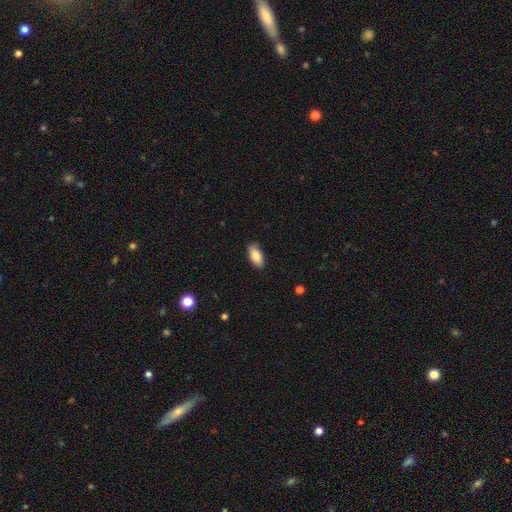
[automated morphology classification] Q: Smooth or featured?
A: smooth (85%); runner-up: featured or disk (9%)
Q: How rounded?
A: in between (92%); runner-up: cigar-shaped (5%)
Q: Merging?
A: none (86%); runner-up: minor disturbance (11%)